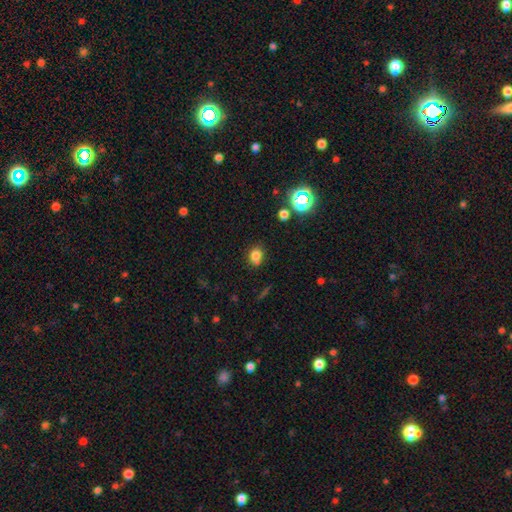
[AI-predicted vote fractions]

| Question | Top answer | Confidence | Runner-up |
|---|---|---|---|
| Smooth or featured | smooth | 78% | star or artifact (15%) |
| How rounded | round | 54% | in between (45%) |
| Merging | none | 68% | minor disturbance (19%) |